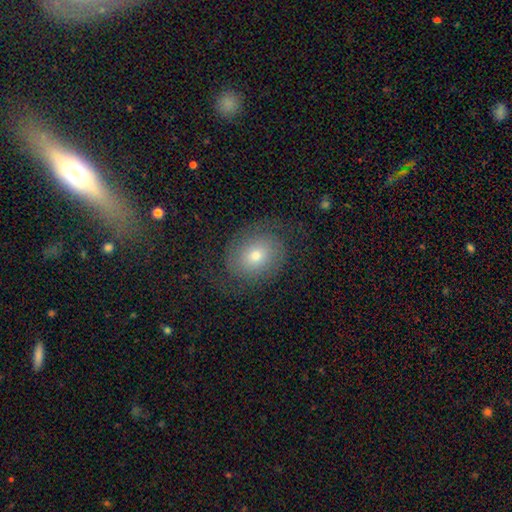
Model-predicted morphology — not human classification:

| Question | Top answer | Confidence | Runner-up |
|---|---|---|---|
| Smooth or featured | featured or disk | 61% | smooth (28%) |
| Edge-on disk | no | 97% | yes (3%) |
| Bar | no | 75% | weak (20%) |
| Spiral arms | yes | 89% | no (11%) |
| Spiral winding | medium | 42% | tight (36%) |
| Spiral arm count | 2 | 86% | can't tell (7%) |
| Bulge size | moderate | 51% | small (41%) |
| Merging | none | 75% | minor disturbance (13%) |